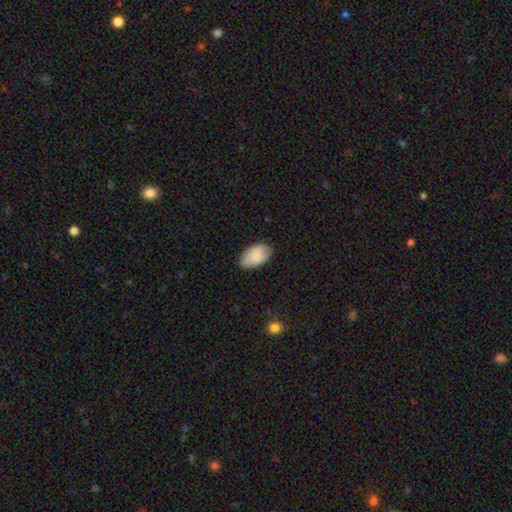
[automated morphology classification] Smooth or featured? smooth (83%)
How rounded? in between (94%)
Merging? none (78%)